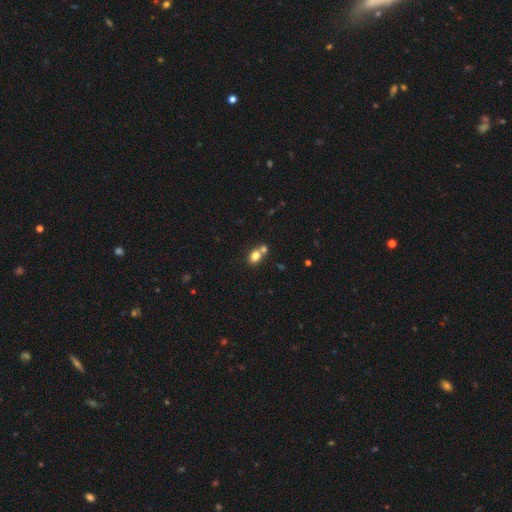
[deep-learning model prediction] Smooth or featured? Predicted: smooth (p=0.79). How rounded? Predicted: in between (p=0.58). Merging? Predicted: none (p=0.45).